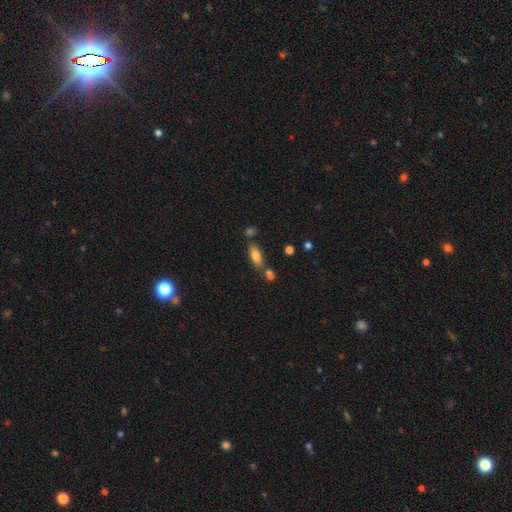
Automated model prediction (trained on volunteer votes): Overall: smooth (76%). How rounded: in between (68%; cigar-shaped 29%). Merging: none (63%).